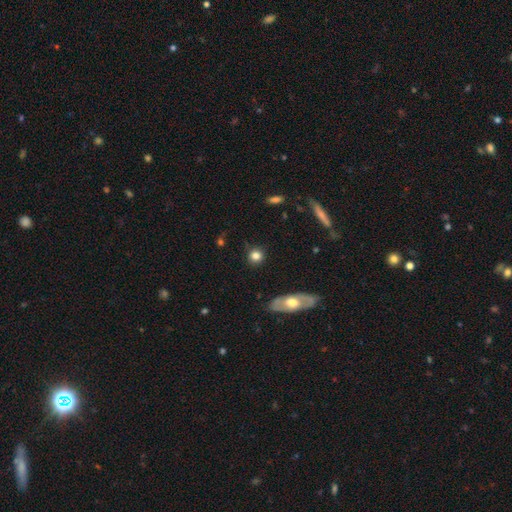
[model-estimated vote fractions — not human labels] smooth_or_featured: smooth (p=0.80) [alt: star or artifact p=0.10]
how_rounded: round (p=0.88) [alt: in between p=0.10]
merging: none (p=0.85) [alt: minor disturbance p=0.10]